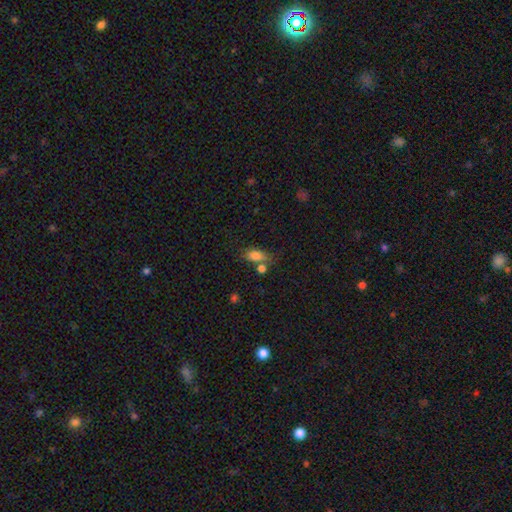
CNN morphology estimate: The model was most divided on "merging": none: 54%, merger: 22%, minor disturbance: 17%, major disturbance: 7%. More confident: how rounded — in between (85%); smooth or featured — smooth (82%).